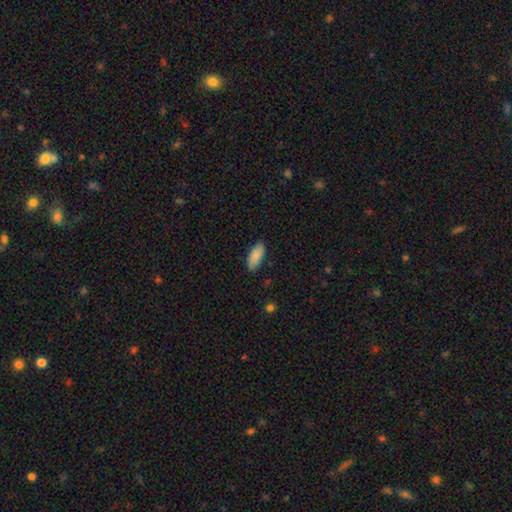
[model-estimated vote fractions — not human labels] smooth-or-featured: smooth: 87% | featured or disk: 7% | star or artifact: 6%
  how-rounded: in between: 86% | cigar-shaped: 13% | round: 2%
  merging: none: 84% | minor disturbance: 12% | major disturbance: 2% | merger: 1%